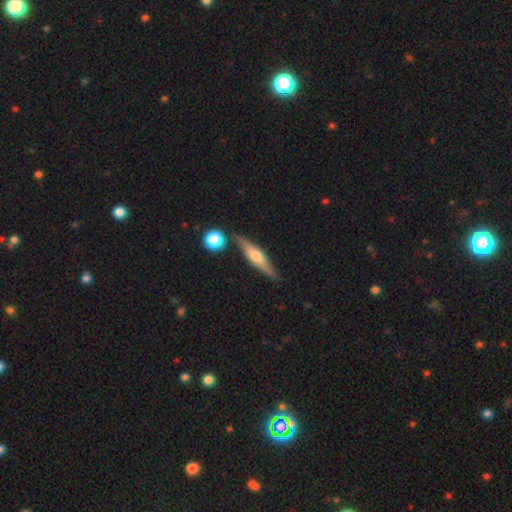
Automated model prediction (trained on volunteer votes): Smooth or featured: featured or disk — 59% (smooth — 35%)
Edge-on disk: yes — 94% (no — 6%)
Edge-on bulge: rounded — 84% (boxy — 11%)
Merging: none — 81% (minor disturbance — 11%)